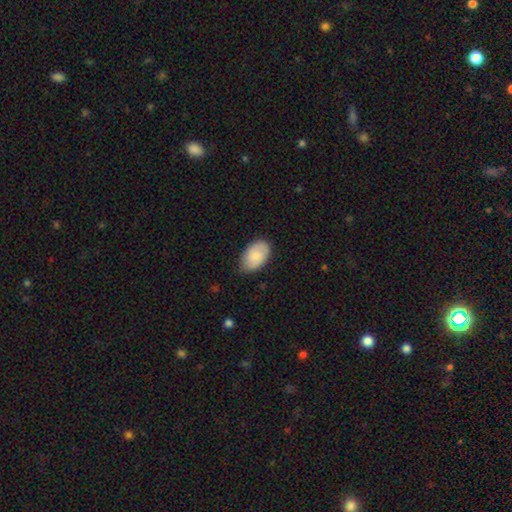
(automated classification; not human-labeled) A smooth galaxy with no disk features (79%) that is in between round and cigar-shaped (91%).

Vote fractions:
- Smooth or featured? smooth: 79% / featured or disk: 15% / star or artifact: 6%
- How rounded? in between: 91% / round: 8% / cigar-shaped: 1%
- Merging? none: 73% / minor disturbance: 22% / major disturbance: 3% / merger: 1%